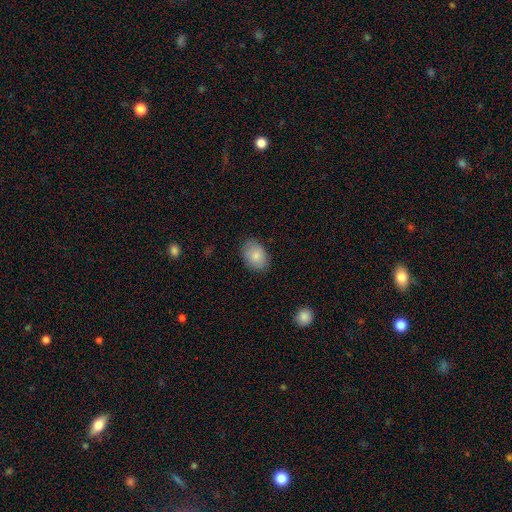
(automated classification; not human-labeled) smooth_or_featured: smooth (p=0.82) [alt: featured or disk p=0.11]
how_rounded: in between (p=0.82) [alt: round p=0.17]
merging: none (p=0.83) [alt: minor disturbance p=0.13]